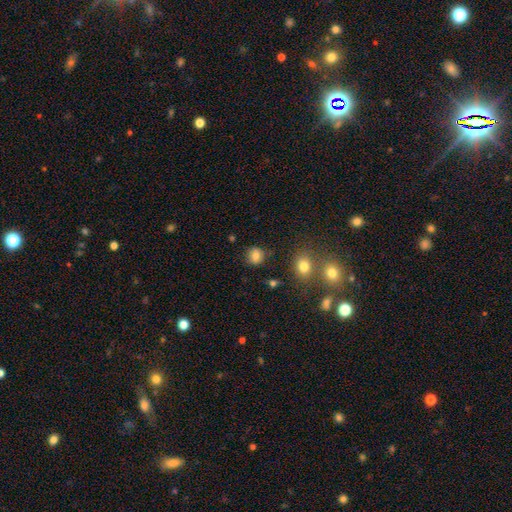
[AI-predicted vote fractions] Smooth or featured: smooth — 81% (star or artifact — 12%)
How rounded: round — 80% (in between — 19%)
Merging: none — 81% (minor disturbance — 12%)